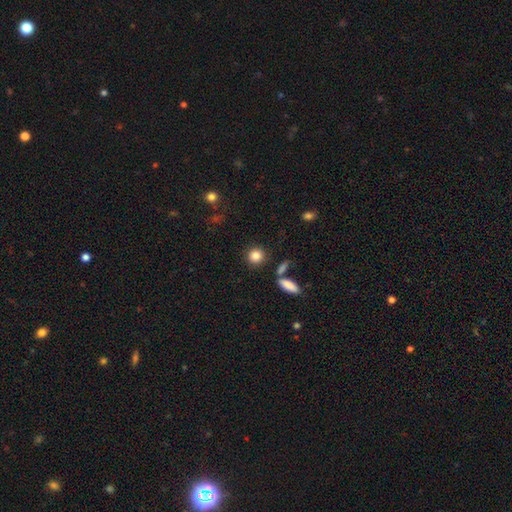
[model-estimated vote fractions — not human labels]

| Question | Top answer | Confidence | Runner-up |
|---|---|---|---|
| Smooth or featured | smooth | 85% | star or artifact (9%) |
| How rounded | round | 86% | in between (12%) |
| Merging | none | 85% | minor disturbance (7%) |